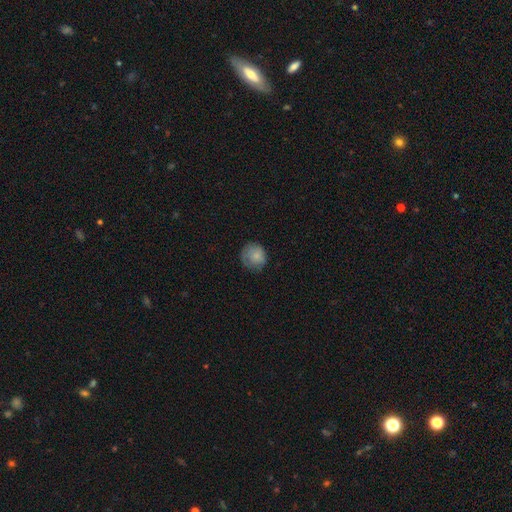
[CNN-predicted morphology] Overall: smooth (81%). How rounded: round (84%). Merging: none (70%).